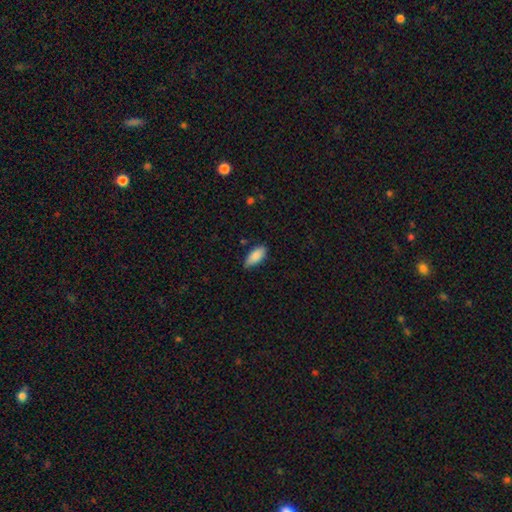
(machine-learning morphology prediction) smooth 87%, featured or disk 7%, star or artifact 6%. Down the decision tree: how rounded — in between (88%); merging — none (72%).